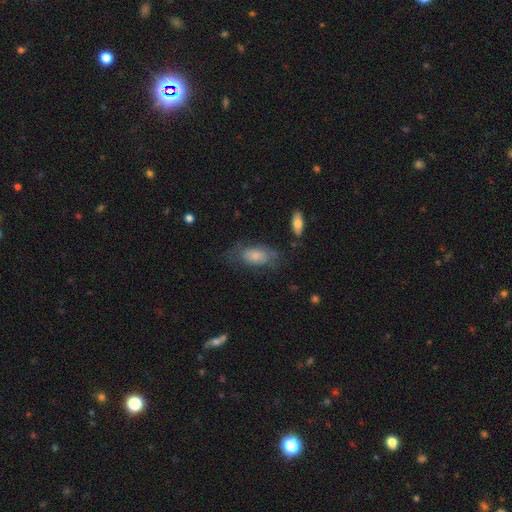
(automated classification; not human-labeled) Smooth or featured? Predicted: smooth (p=0.66). How rounded? Predicted: in between (p=0.89). Merging? Predicted: none (p=0.53).